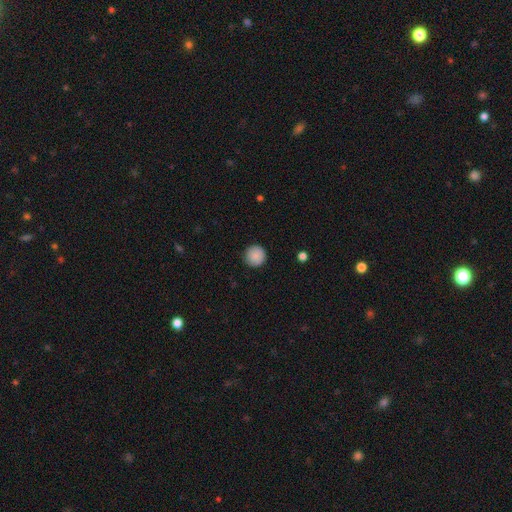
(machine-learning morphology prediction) Smooth or featured?
  - smooth: 89% *
  - star or artifact: 7%
  - featured or disk: 4%
How rounded?
  - round: 95% *
  - in between: 4%
  - cigar-shaped: 1%
Merging?
  - none: 90% *
  - minor disturbance: 7%
  - major disturbance: 2%
  - merger: 1%